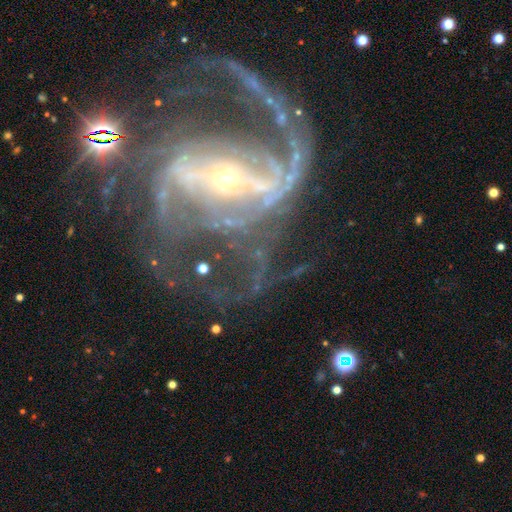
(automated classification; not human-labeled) Morphology: type=featured or disk (91%); edge-on=no (97%); bar=strong (66%); spiral arms=yes (96%); winding=medium (50%); arm count=2 (66%); bulge=small (77%); merging=none (48%).